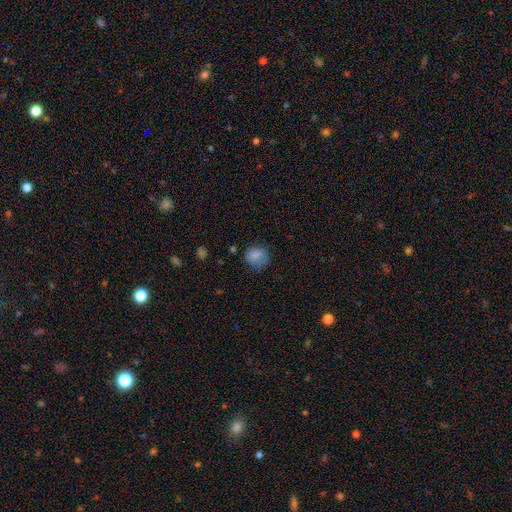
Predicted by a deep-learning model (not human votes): Smooth or featured: smooth — 81% (star or artifact — 10%)
How rounded: round — 70% (in between — 29%)
Merging: none — 61% (minor disturbance — 26%)